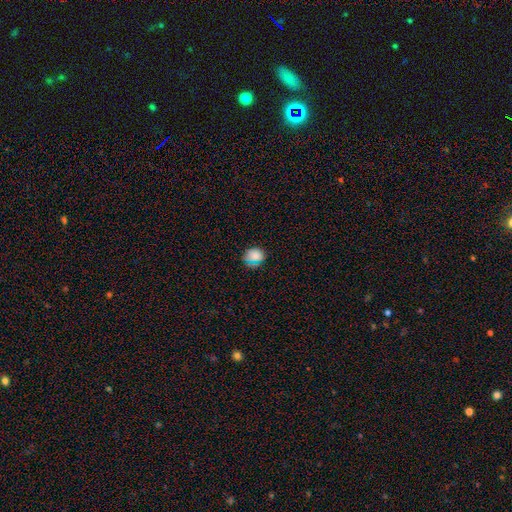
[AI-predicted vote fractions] smooth_or_featured: smooth (p=0.76) [alt: star or artifact p=0.19]
how_rounded: round (p=0.76) [alt: in between p=0.22]
merging: none (p=0.82) [alt: minor disturbance p=0.13]